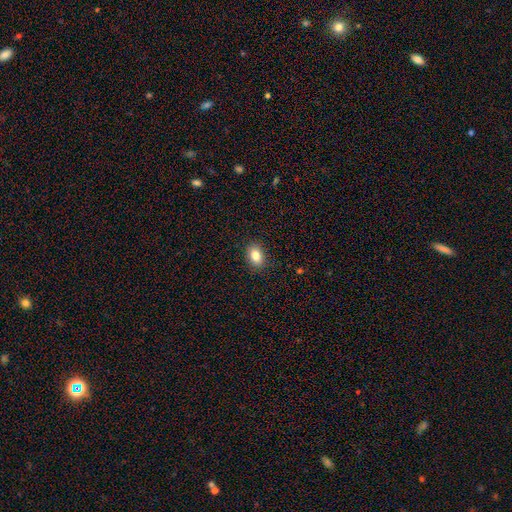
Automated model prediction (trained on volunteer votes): Q: Smooth or featured?
A: smooth (83%); runner-up: star or artifact (9%)
Q: How rounded?
A: in between (77%); runner-up: round (21%)
Q: Merging?
A: none (89%); runner-up: minor disturbance (8%)